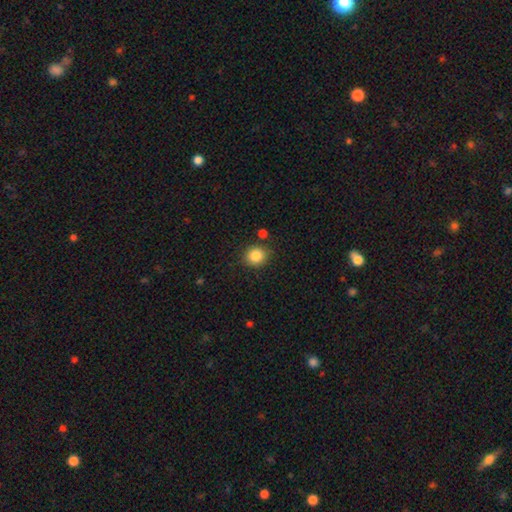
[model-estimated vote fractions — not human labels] The model was most divided on "how rounded": round: 76%, in between: 23%, cigar-shaped: 1%. More confident: smooth or featured — smooth (85%); merging — none (84%).